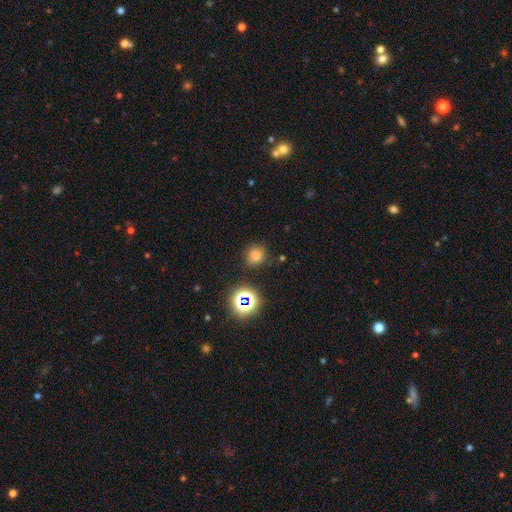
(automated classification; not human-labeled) Q: Smooth or featured?
A: smooth (73%); runner-up: star or artifact (21%)
Q: How rounded?
A: round (76%); runner-up: in between (23%)
Q: Merging?
A: none (80%); runner-up: minor disturbance (13%)